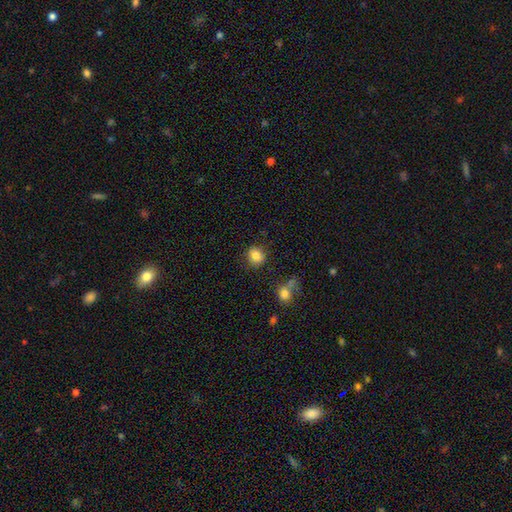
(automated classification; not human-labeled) smooth-or-featured: smooth: 85% | star or artifact: 10% | featured or disk: 5%
  how-rounded: round: 77% | in between: 22% | cigar-shaped: 1%
  merging: none: 84% | minor disturbance: 9% | merger: 3% | major disturbance: 3%